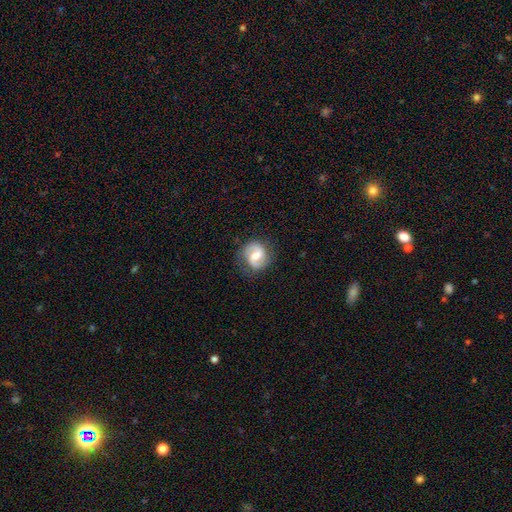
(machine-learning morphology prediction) This appears to be a featured or disk galaxy (77%) with a weak bar (54%), 2 (90%) medium (52%) spiral arms (94%) and a moderate central bulge (62%). Merging: none (81%).